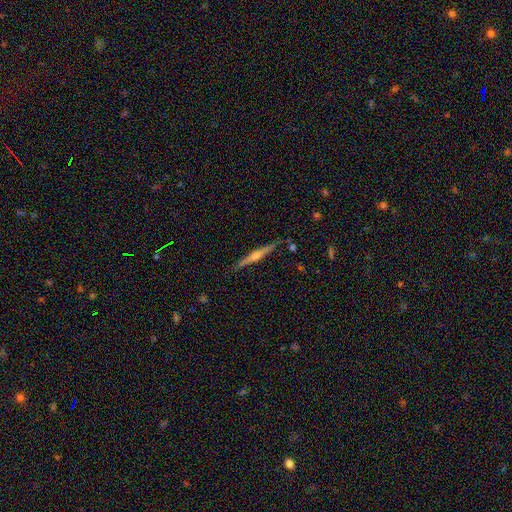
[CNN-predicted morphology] This appears to be a featured or disk galaxy (75%) viewed edge-on (98%) with a rounded central bulge (89%). Merging: none (88%).